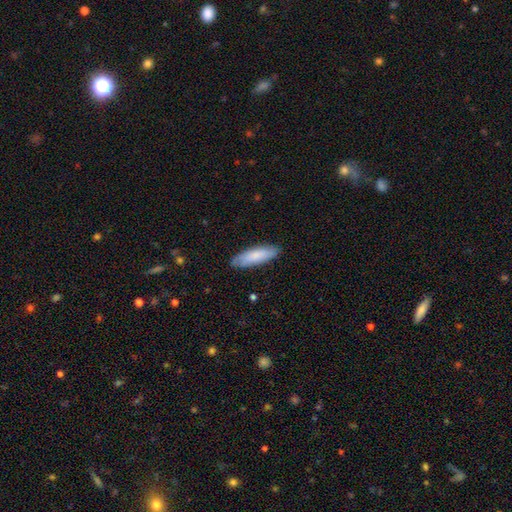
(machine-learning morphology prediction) Q: Smooth or featured?
A: smooth (82%); runner-up: featured or disk (13%)
Q: How rounded?
A: cigar-shaped (53%); runner-up: in between (46%)
Q: Merging?
A: none (87%); runner-up: minor disturbance (10%)